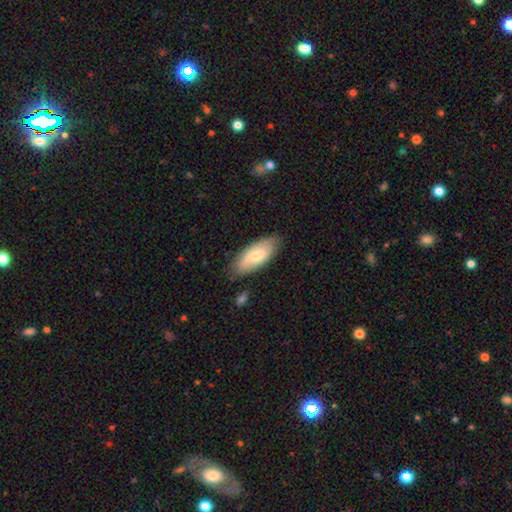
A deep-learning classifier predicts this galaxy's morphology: Smooth or featured: smooth — 61% (featured or disk — 33%)
How rounded: in between — 85% (cigar-shaped — 13%)
Merging: none — 81% (minor disturbance — 14%)